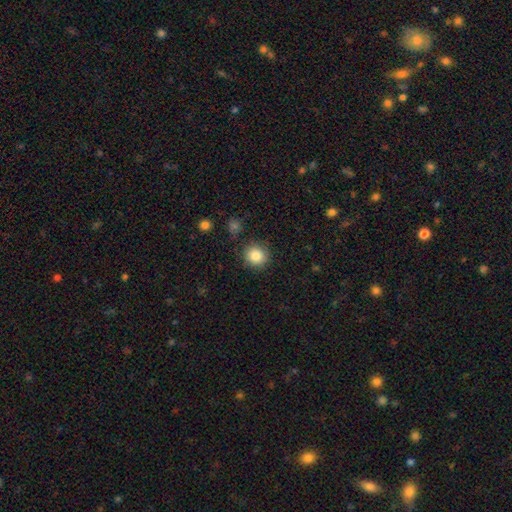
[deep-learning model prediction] Smooth or featured?
  - smooth: 85% *
  - star or artifact: 10%
  - featured or disk: 6%
How rounded?
  - round: 89% *
  - in between: 10%
  - cigar-shaped: 1%
Merging?
  - none: 87% *
  - minor disturbance: 8%
  - major disturbance: 3%
  - merger: 2%